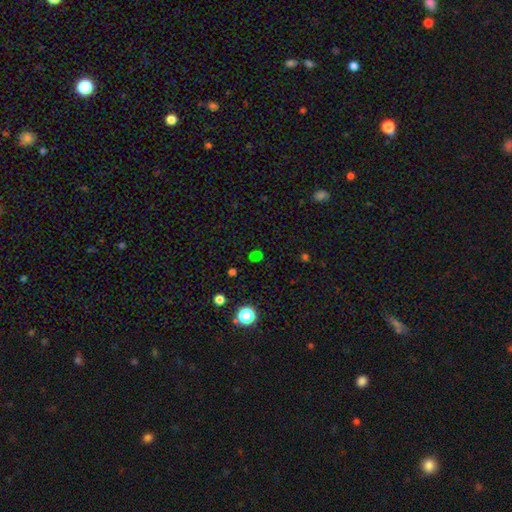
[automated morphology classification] type=smooth (53%); roundness=round (80%); merging=none (77%).